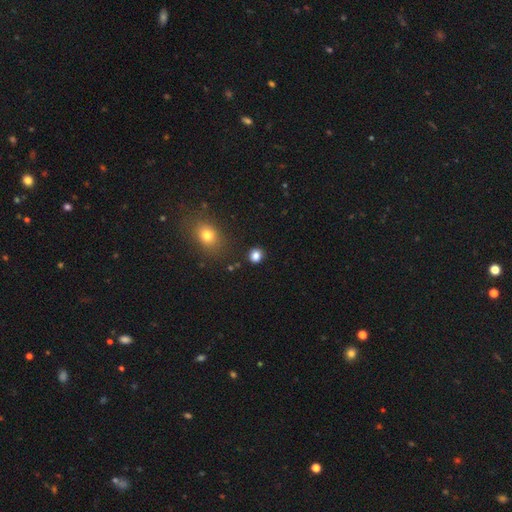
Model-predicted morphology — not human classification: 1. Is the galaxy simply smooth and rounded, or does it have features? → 83% smooth, 13% star or artifact, 4% featured or disk.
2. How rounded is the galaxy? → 81% round, 18% in between, 1% cigar-shaped.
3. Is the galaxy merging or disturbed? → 88% none, 7% minor disturbance, 3% merger, 2% major disturbance.